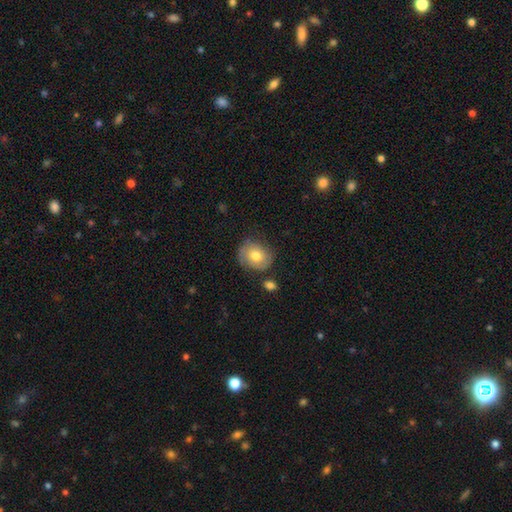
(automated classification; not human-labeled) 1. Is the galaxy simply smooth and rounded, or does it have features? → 65% smooth, 28% featured or disk, 8% star or artifact.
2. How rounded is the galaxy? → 72% round, 27% in between, 1% cigar-shaped.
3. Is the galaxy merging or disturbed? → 71% none, 19% minor disturbance, 6% major disturbance, 4% merger.